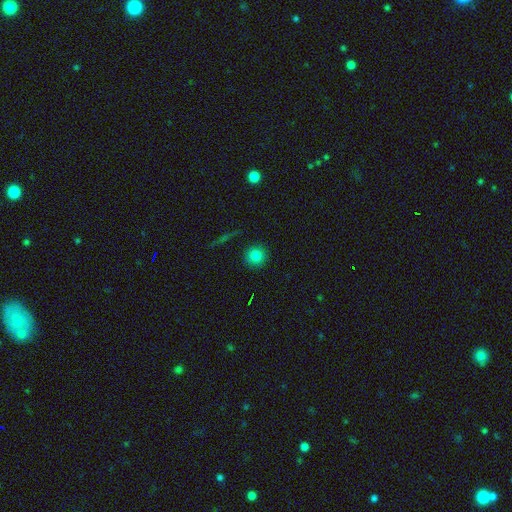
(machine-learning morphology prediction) Overall: smooth (81%). How rounded: round (94%). Merging: none (91%).